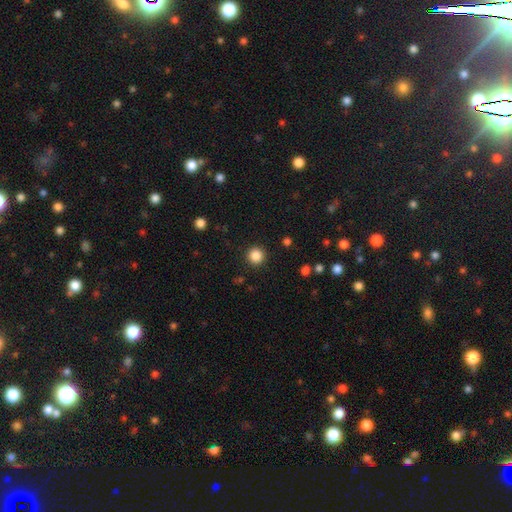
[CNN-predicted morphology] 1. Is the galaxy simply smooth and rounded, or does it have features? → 85% smooth, 11% star or artifact, 4% featured or disk.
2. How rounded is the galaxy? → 95% round, 4% in between, 1% cigar-shaped.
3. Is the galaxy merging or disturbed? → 92% none, 5% minor disturbance, 2% major disturbance, 1% merger.